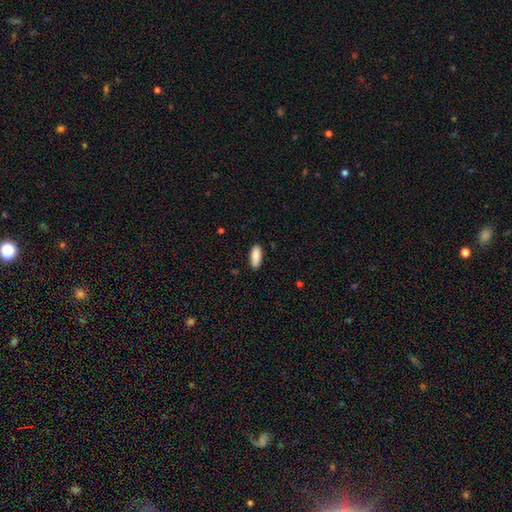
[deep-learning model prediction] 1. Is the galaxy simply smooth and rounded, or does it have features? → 89% smooth, 6% star or artifact, 5% featured or disk.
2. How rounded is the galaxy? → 78% in between, 20% cigar-shaped, 2% round.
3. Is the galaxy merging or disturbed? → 86% none, 11% minor disturbance, 2% major disturbance, 1% merger.